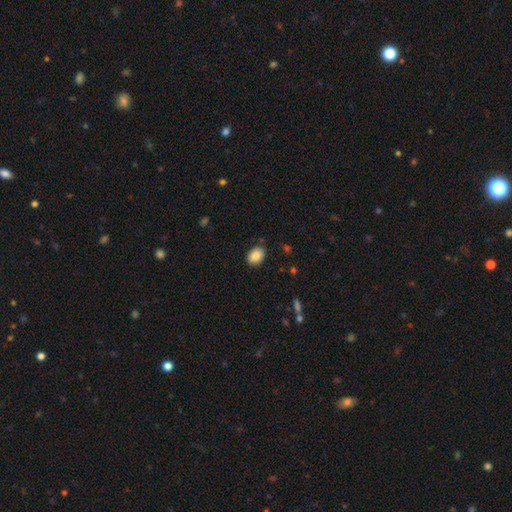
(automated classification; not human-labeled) Smooth or featured: smooth — 87% (star or artifact — 8%)
How rounded: in between — 76% (round — 23%)
Merging: none — 86% (minor disturbance — 10%)